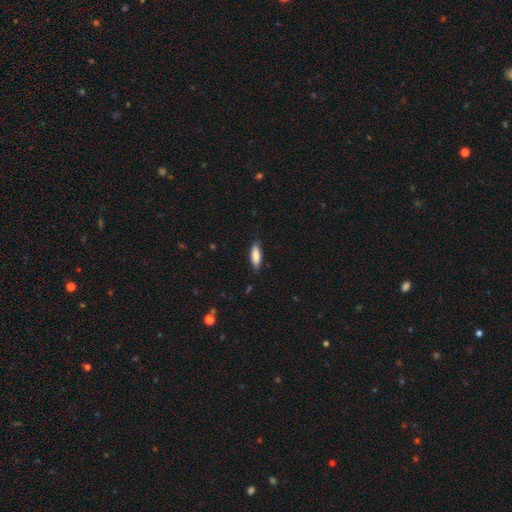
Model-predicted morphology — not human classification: A smooth galaxy with no disk features (83%) that is in between round and cigar-shaped (51%). Merging: none (81%).